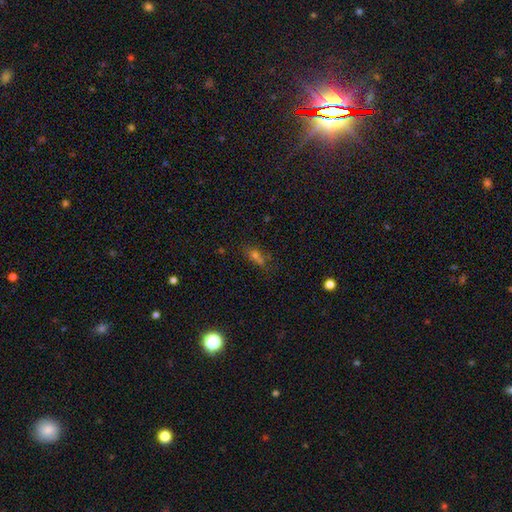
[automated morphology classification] Overall: smooth (55%; star or artifact 31%). How rounded: in between (47%; round 46%). Merging: none (51%; merger 28%).